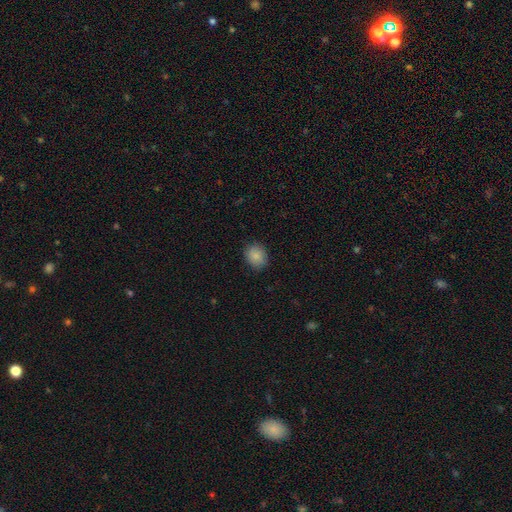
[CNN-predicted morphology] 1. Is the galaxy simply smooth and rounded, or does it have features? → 87% smooth, 8% star or artifact, 5% featured or disk.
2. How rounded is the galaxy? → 58% round, 41% in between, 1% cigar-shaped.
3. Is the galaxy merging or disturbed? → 85% none, 11% minor disturbance, 3% major disturbance, 1% merger.